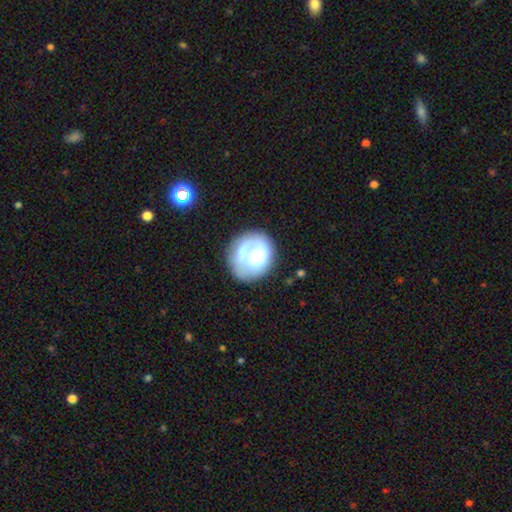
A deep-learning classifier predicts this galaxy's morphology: Smooth or featured? smooth (60%)
How rounded? round (71%)
Merging? none (58%)